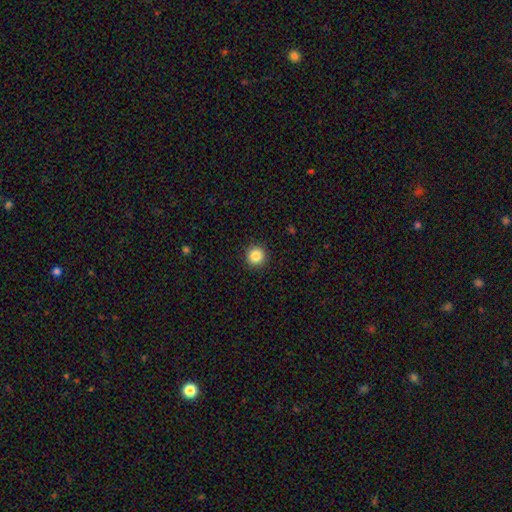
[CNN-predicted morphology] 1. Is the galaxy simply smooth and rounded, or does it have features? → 86% smooth, 10% star or artifact, 4% featured or disk.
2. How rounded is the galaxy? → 95% round, 4% in between, 1% cigar-shaped.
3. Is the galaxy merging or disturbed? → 92% none, 5% minor disturbance, 2% major disturbance, 1% merger.